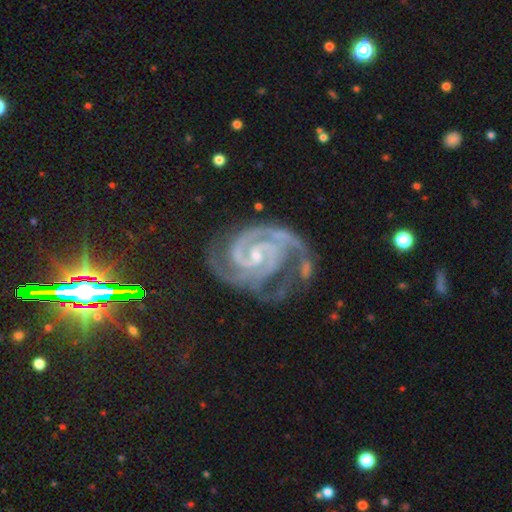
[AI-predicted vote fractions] A featured or disk galaxy (92%) with a weak bar (43%), 2 (66%) tight (67%) spiral arms (99%) and a small central bulge (68%).

Vote fractions:
- Smooth or featured? featured or disk: 92% / star or artifact: 5% / smooth: 3%
- Edge-on disk? no: 98% / yes: 2%
- Bar? weak: 43% / no: 39% / strong: 17%
- Spiral arms? yes: 99% / no: 1%
- Spiral winding? tight: 67% / medium: 29% / loose: 4%
- Spiral arm count? 2: 66% / 3: 19% / can't tell: 5% / 4: 4% / 1: 3% / more than 4: 3%
- Bulge size? small: 68% / moderate: 26% / none: 4% / large: 1% / dominant: 1%
- Merging? none: 54% / minor disturbance: 25% / major disturbance: 16% / merger: 5%